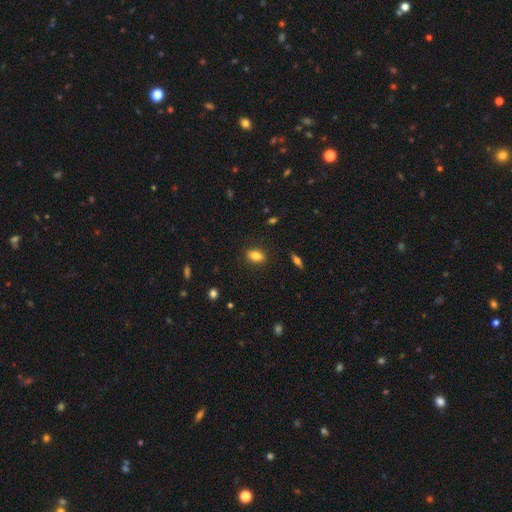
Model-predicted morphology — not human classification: Smooth or featured: smooth — 81% (featured or disk — 10%)
How rounded: in between — 82% (round — 12%)
Merging: none — 87% (minor disturbance — 9%)